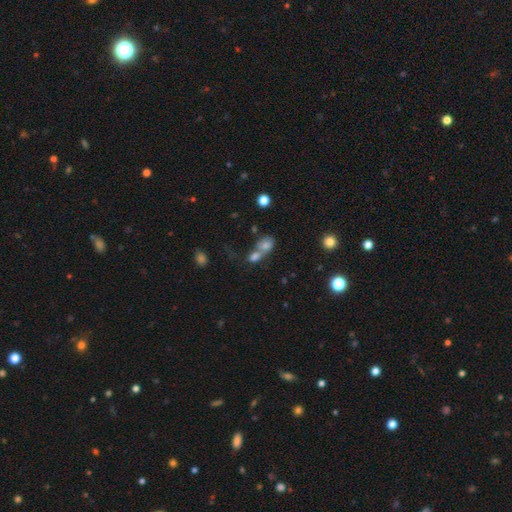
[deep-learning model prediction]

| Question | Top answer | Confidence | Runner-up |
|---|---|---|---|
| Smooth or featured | smooth | 66% | star or artifact (19%) |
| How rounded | in between | 53% | round (44%) |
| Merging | merger | 60% | none (27%) |